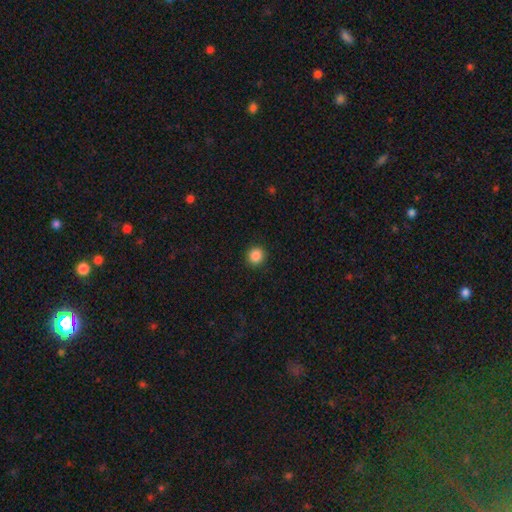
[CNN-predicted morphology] A smooth galaxy with no disk features (87%) that is round (90%). Merging: none (92%).